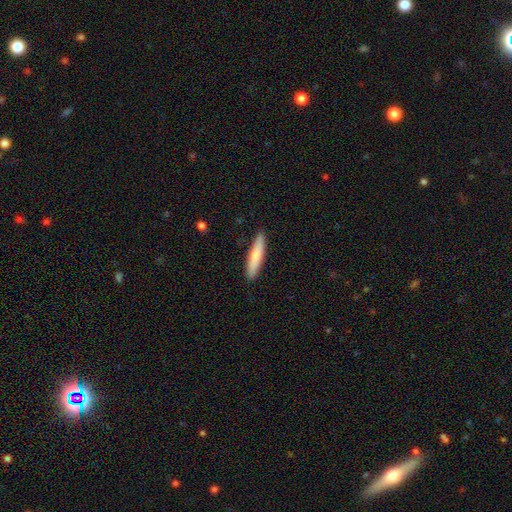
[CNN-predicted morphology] A smooth galaxy with no disk features (72%) that is cigar-shaped (87%).

Vote fractions:
- Smooth or featured? smooth: 72% / featured or disk: 22% / star or artifact: 5%
- How rounded? cigar-shaped: 87% / in between: 12% / round: 1%
- Merging? none: 90% / minor disturbance: 8% / major disturbance: 2% / merger: 1%